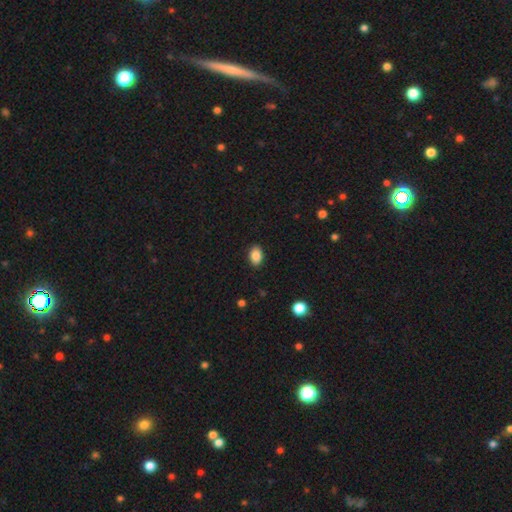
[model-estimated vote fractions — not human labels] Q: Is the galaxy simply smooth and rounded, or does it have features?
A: smooth — 88%.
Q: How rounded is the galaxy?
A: in between — 85%.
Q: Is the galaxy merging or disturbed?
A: none — 89%.